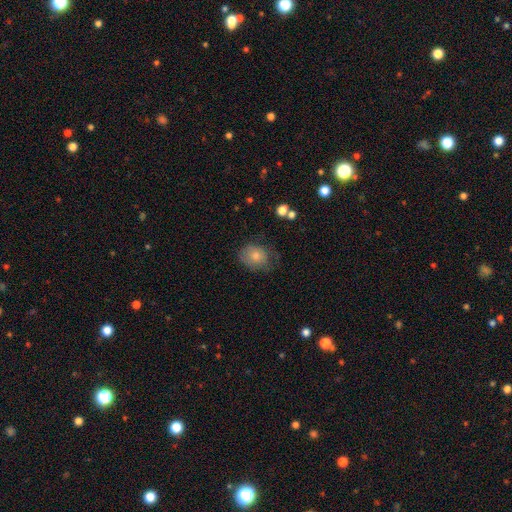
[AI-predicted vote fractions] Smooth or featured? Predicted: smooth (p=0.74). How rounded? Predicted: round (p=0.51). Merging? Predicted: none (p=0.57).